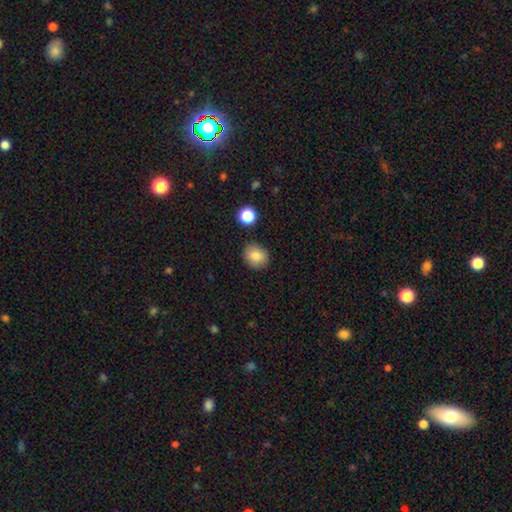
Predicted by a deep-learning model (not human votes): This is clearly a smooth galaxy (82%). How rounded: likely round (62%). Merging: clearly none (86%).